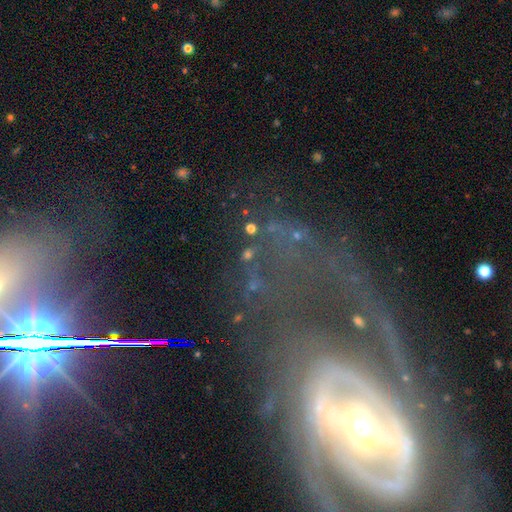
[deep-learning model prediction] A featured or disk galaxy (73%) with a strong bar (36%, tied with no), spiral arms (70%) and a moderate central bulge (51%). Merging: none (47%).